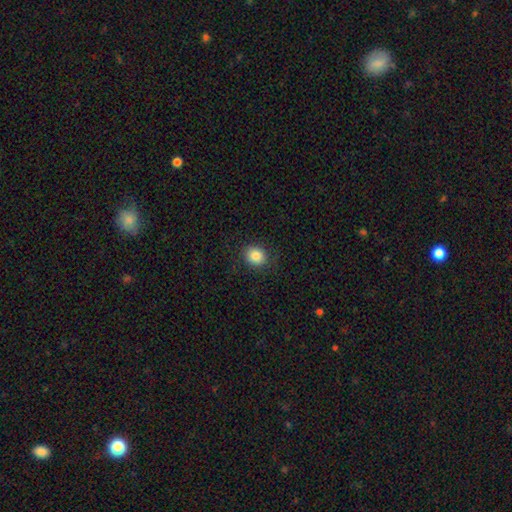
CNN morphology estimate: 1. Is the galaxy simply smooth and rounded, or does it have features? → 85% smooth, 9% star or artifact, 5% featured or disk.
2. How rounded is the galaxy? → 74% round, 25% in between, 1% cigar-shaped.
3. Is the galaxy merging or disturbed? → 88% none, 8% minor disturbance, 3% major disturbance, 1% merger.